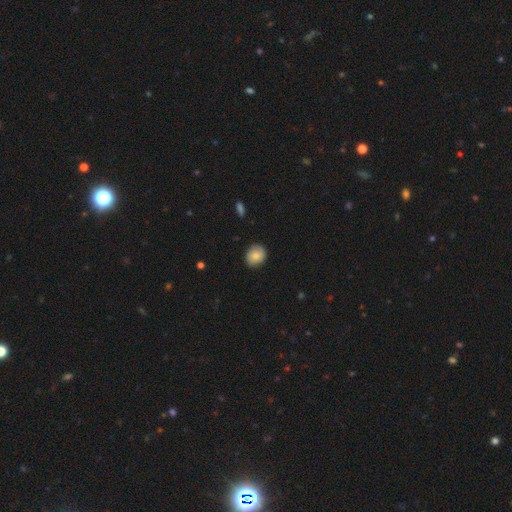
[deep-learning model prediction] This is likely a smooth galaxy (78%). How rounded: likely round (72%). Merging: clearly none (85%).